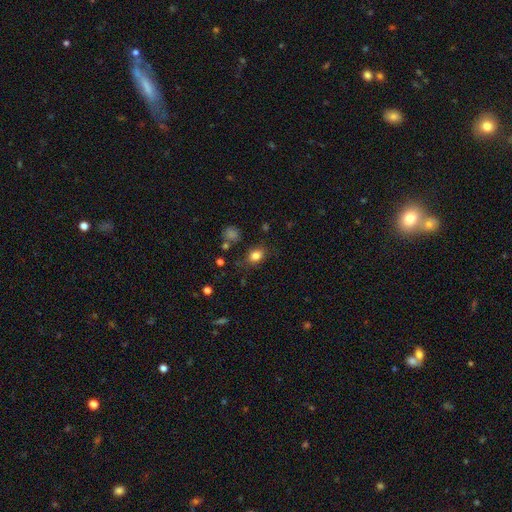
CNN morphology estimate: smooth-or-featured: smooth: 82% | star or artifact: 12% | featured or disk: 6%
  how-rounded: in between: 55% | round: 44% | cigar-shaped: 1%
  merging: none: 79% | minor disturbance: 15% | major disturbance: 4% | merger: 2%